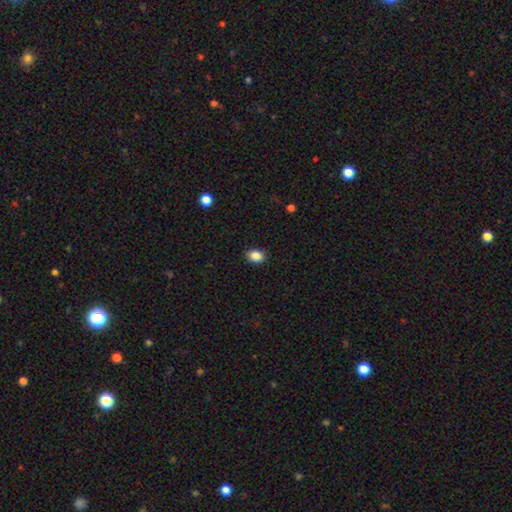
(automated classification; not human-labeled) Smooth or featured? Predicted: smooth (p=0.87). How rounded? Predicted: in between (p=0.62). Merging? Predicted: none (p=0.87).